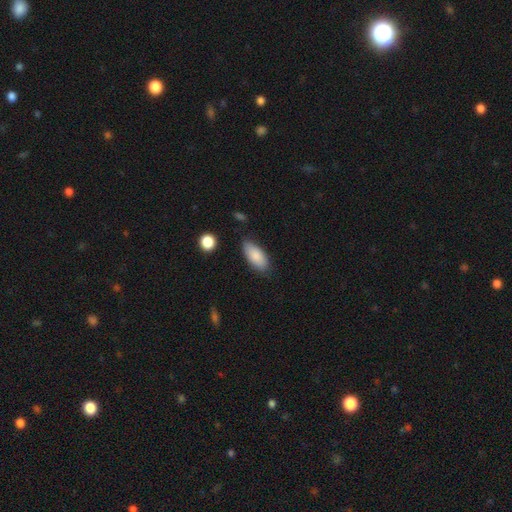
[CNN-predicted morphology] Smooth or featured? Predicted: smooth (p=0.86). How rounded? Predicted: in between (p=0.88). Merging? Predicted: none (p=0.80).